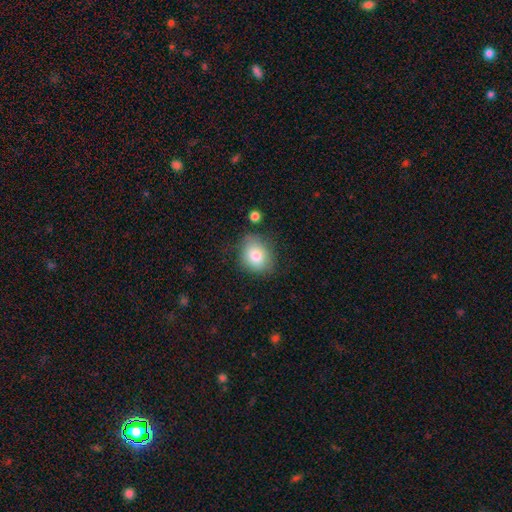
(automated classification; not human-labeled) Smooth or featured? smooth (80%)
How rounded? round (52%)
Merging? none (71%)